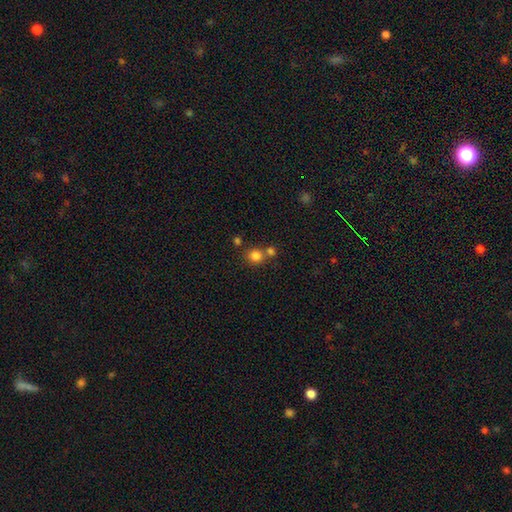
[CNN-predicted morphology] This is clearly a smooth galaxy (81%). How rounded: clearly round (84%). Merging: likely none (61%).